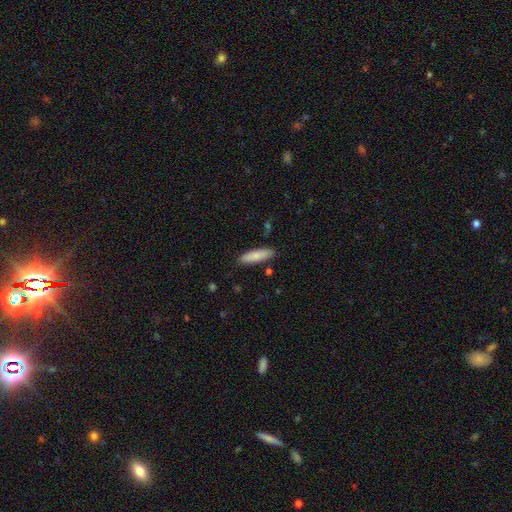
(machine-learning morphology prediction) type=smooth (83%); roundness=cigar-shaped (58%); merging=none (86%).